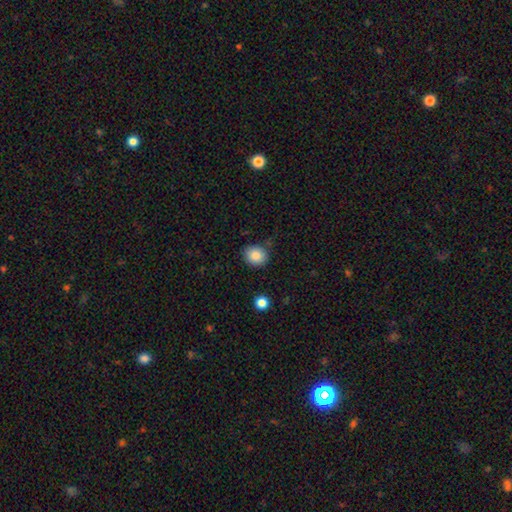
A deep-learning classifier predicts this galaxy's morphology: Smooth or featured? smooth (86%)
How rounded? round (74%)
Merging? none (82%)